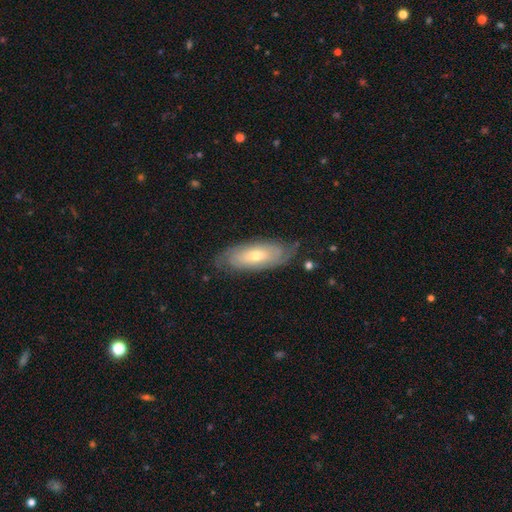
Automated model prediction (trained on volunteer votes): Smooth or featured?
  - featured or disk: 58% *
  - smooth: 36%
  - star or artifact: 6%
Edge-on disk?
  - no: 82% *
  - yes: 18%
Merging?
  - none: 74% *
  - minor disturbance: 19%
  - major disturbance: 6%
  - merger: 1%